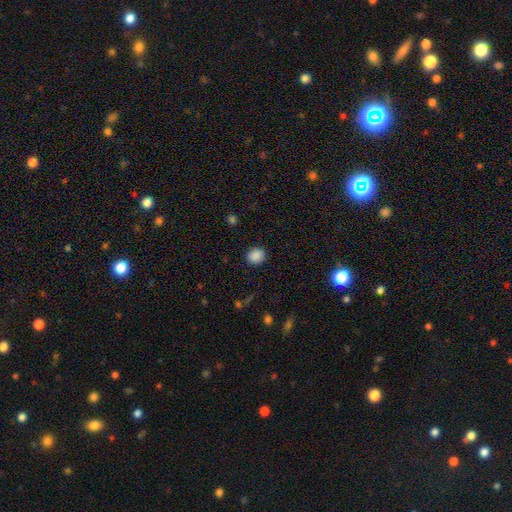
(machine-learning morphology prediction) Smooth or featured: smooth — 88% (star or artifact — 9%)
How rounded: round — 73% (in between — 26%)
Merging: none — 90% (minor disturbance — 7%)